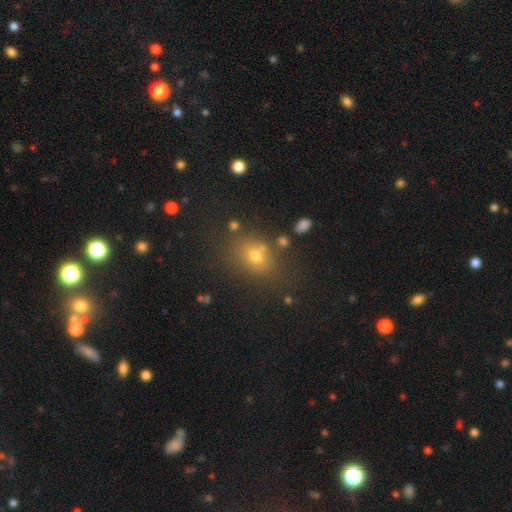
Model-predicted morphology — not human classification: Q: Smooth or featured?
A: smooth (67%); runner-up: star or artifact (20%)
Q: How rounded?
A: in between (51%); runner-up: round (48%)
Q: Merging?
A: none (70%); runner-up: minor disturbance (14%)